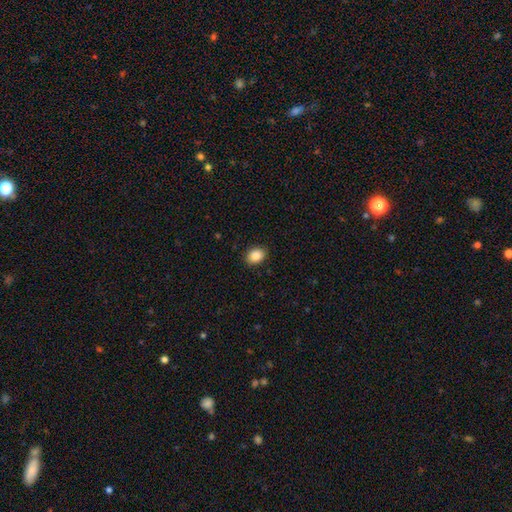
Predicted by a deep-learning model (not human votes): Q: Smooth or featured?
A: smooth (87%); runner-up: star or artifact (8%)
Q: How rounded?
A: in between (66%); runner-up: round (34%)
Q: Merging?
A: none (90%); runner-up: minor disturbance (7%)